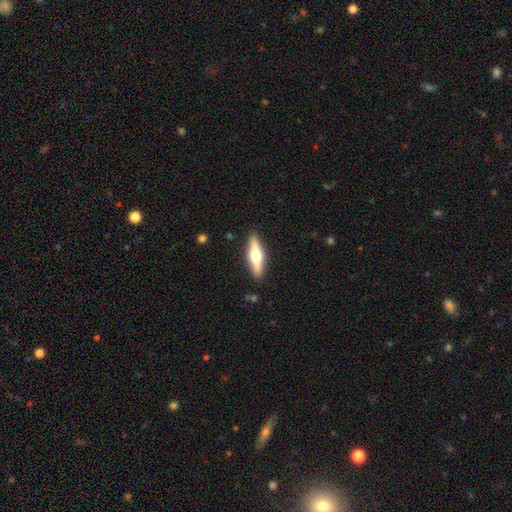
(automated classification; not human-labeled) featured or disk 56%, smooth 39%, star or artifact 5%. Down the decision tree: edge-on disk — yes (94%); edge-on bulge — rounded (95%); merging — none (90%).